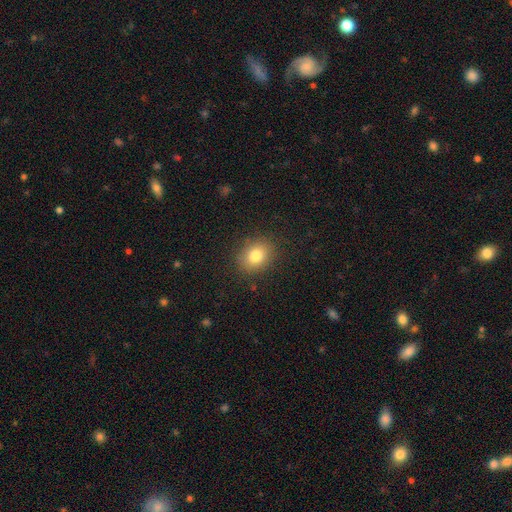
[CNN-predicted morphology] This is clearly a smooth galaxy (81%). How rounded: possibly round (52%). Merging: clearly none (87%).